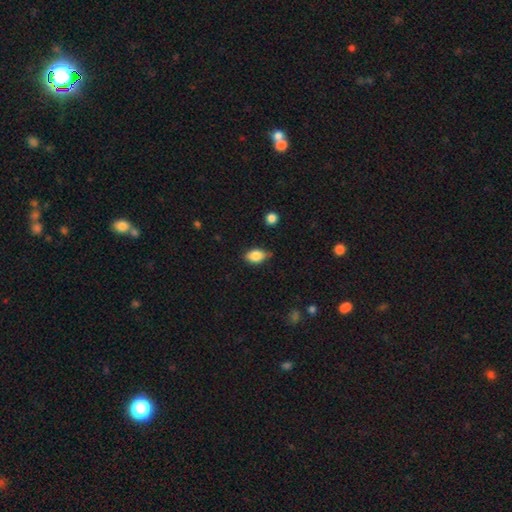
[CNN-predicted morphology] Smooth or featured?
  - smooth: 83% *
  - featured or disk: 9%
  - star or artifact: 8%
How rounded?
  - in between: 81% *
  - round: 16%
  - cigar-shaped: 2%
Merging?
  - none: 73% *
  - minor disturbance: 22%
  - major disturbance: 4%
  - merger: 2%